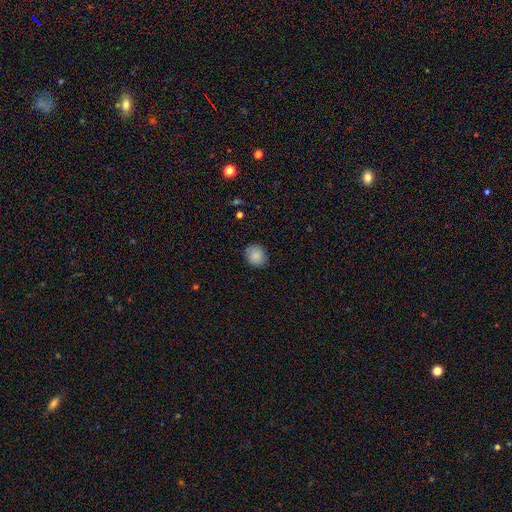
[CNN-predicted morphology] The model was most divided on "how rounded": round: 76%, in between: 23%, cigar-shaped: 1%. More confident: smooth or featured — smooth (86%); merging — none (86%).